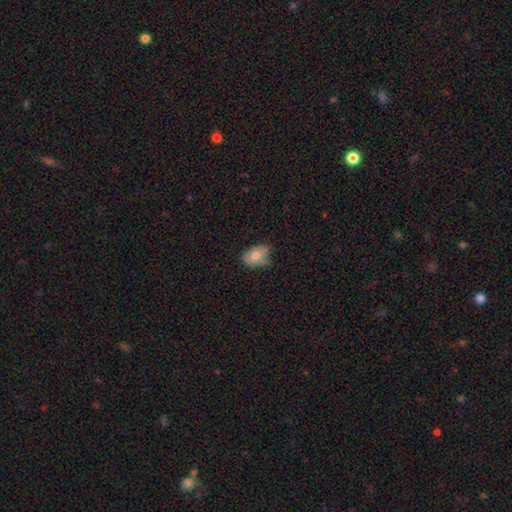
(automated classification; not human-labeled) smooth_or_featured: smooth (p=0.74) [alt: featured or disk p=0.18]
how_rounded: in between (p=0.84) [alt: round p=0.14]
merging: none (p=0.58) [alt: minor disturbance p=0.34]